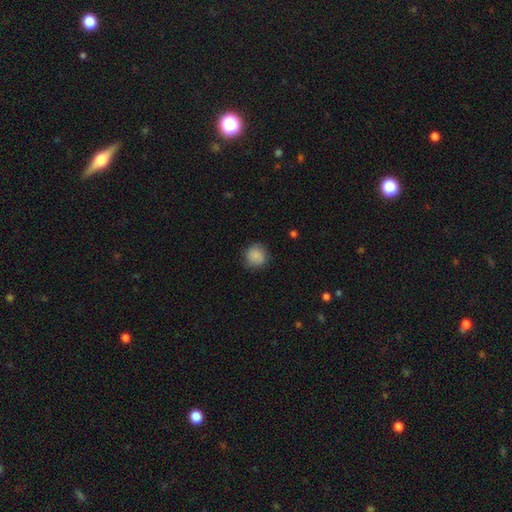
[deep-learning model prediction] The model was most divided on "merging": none: 84%, minor disturbance: 12%, major disturbance: 3%, merger: 1%. More confident: how rounded — round (90%); smooth or featured — smooth (87%).